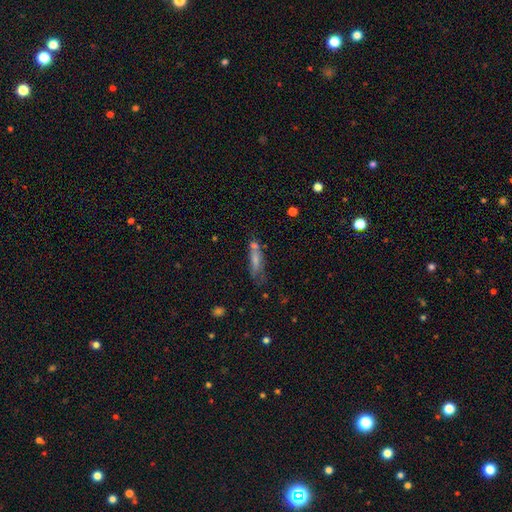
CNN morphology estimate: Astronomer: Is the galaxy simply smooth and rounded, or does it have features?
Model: smooth — 47% (runner-up: featured or disk, 35%).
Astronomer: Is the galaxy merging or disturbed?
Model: none — 54%.